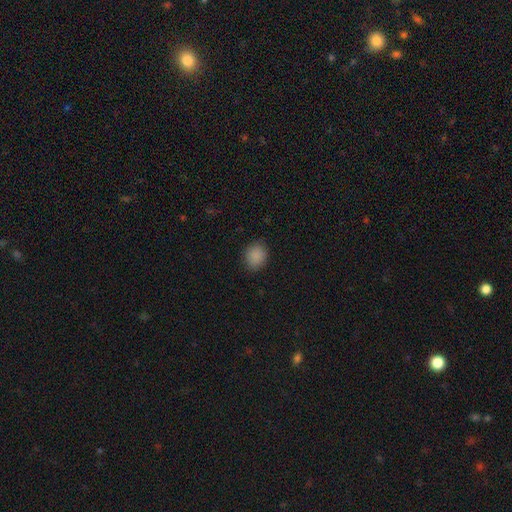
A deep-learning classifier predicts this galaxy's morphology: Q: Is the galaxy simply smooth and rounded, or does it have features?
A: smooth — 87%.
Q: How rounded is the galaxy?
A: round — 67%.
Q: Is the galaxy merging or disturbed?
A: none — 85%.